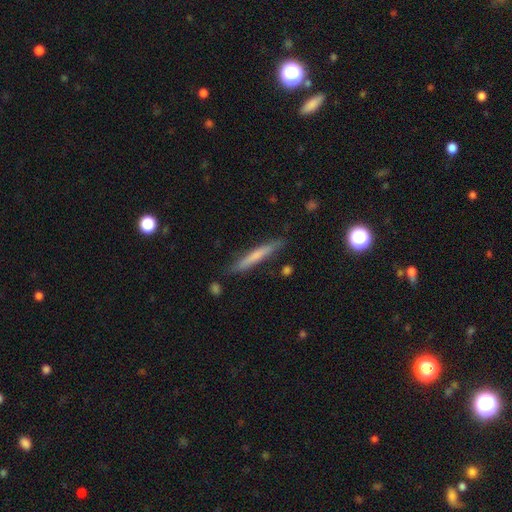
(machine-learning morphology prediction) Smooth or featured? smooth (60%)
How rounded? cigar-shaped (95%)
Merging? none (84%)